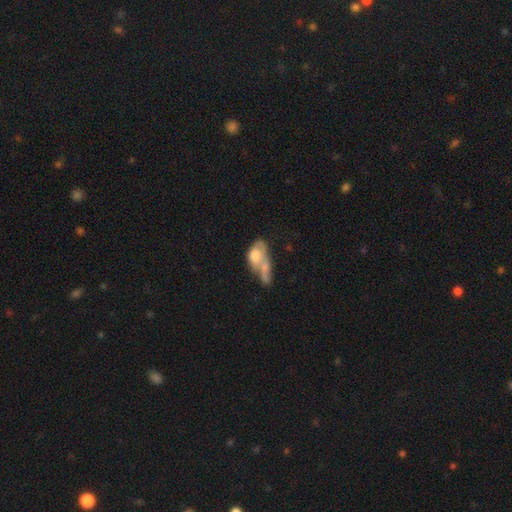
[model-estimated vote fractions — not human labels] Q: Smooth or featured?
A: smooth (59%); runner-up: featured or disk (33%)
Q: How rounded?
A: in between (83%); runner-up: round (11%)
Q: Merging?
A: merger (64%); runner-up: none (13%)